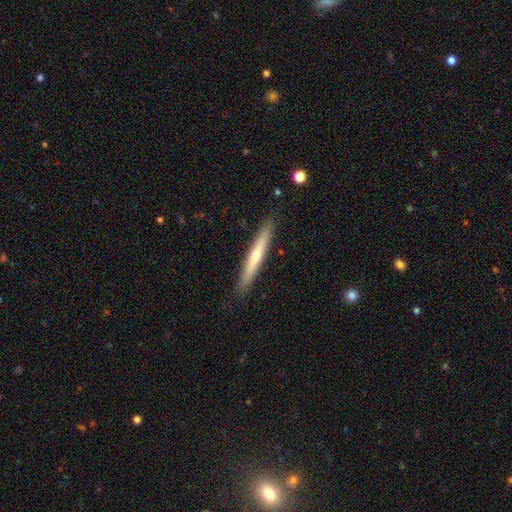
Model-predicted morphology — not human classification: Smooth or featured: smooth — 50% (featured or disk — 45%)
Merging: none — 90% (minor disturbance — 8%)